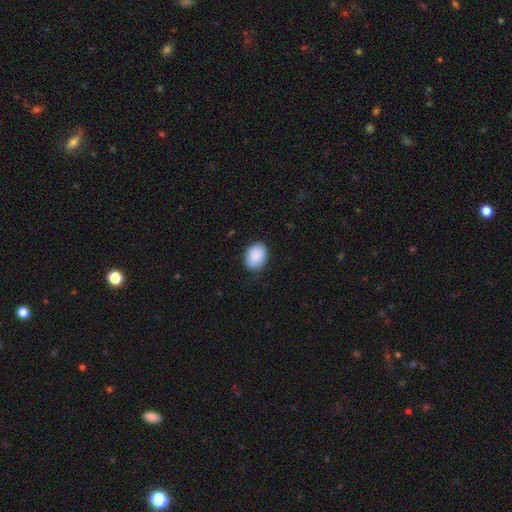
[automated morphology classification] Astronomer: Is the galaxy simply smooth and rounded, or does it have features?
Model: smooth — 90%.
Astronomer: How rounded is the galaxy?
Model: in between — 71%.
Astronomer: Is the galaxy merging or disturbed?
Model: none — 76%.